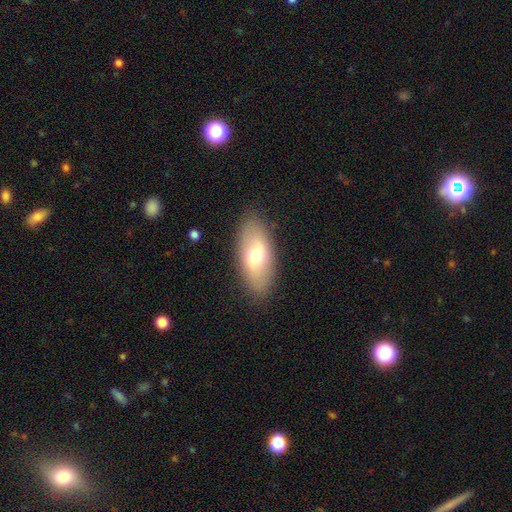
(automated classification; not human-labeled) smooth-or-featured: smooth: 64% | featured or disk: 29% | star or artifact: 7%
  how-rounded: in between: 88% | cigar-shaped: 8% | round: 4%
  merging: none: 87% | minor disturbance: 9% | major disturbance: 3% | merger: 1%